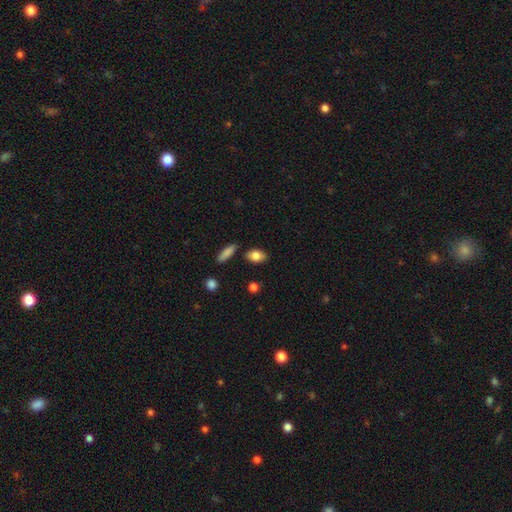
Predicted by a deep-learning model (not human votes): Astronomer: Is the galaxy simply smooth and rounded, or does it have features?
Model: smooth — 83%.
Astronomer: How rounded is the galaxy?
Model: in between — 86%.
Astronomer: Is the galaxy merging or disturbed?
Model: none — 82%.